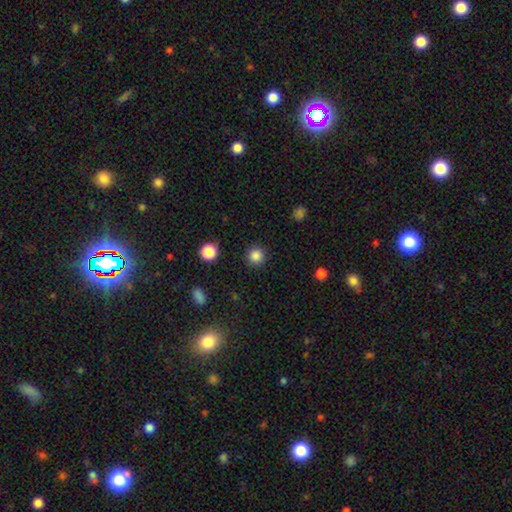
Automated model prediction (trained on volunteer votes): A smooth galaxy with no disk features (85%) that is round (95%).

Vote fractions:
- Smooth or featured? smooth: 85% / star or artifact: 12% / featured or disk: 3%
- How rounded? round: 95% / in between: 4% / cigar-shaped: 1%
- Merging? none: 91% / minor disturbance: 5% / major disturbance: 2% / merger: 1%